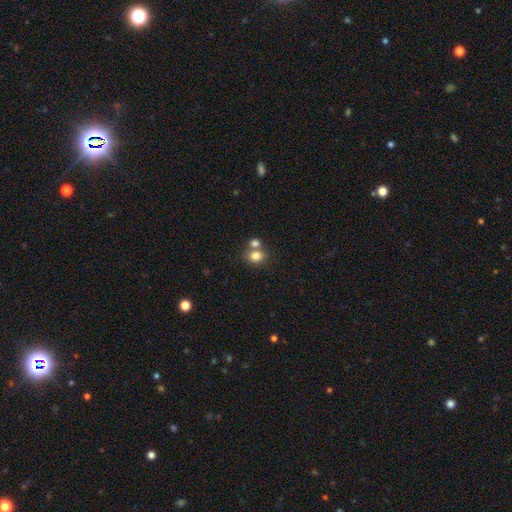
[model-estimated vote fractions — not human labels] The model was most divided on "merging": none: 50%, merger: 38%, minor disturbance: 9%, major disturbance: 3%. More confident: smooth or featured — smooth (81%); how rounded — round (56%).